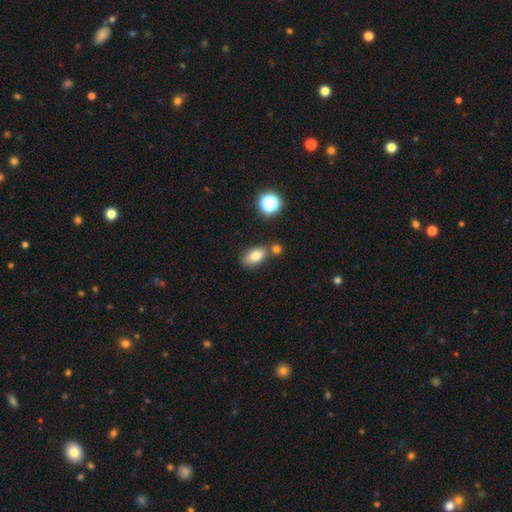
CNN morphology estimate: A smooth galaxy with no disk features (79%) that is in between round and cigar-shaped (87%). Merging: none (65%).